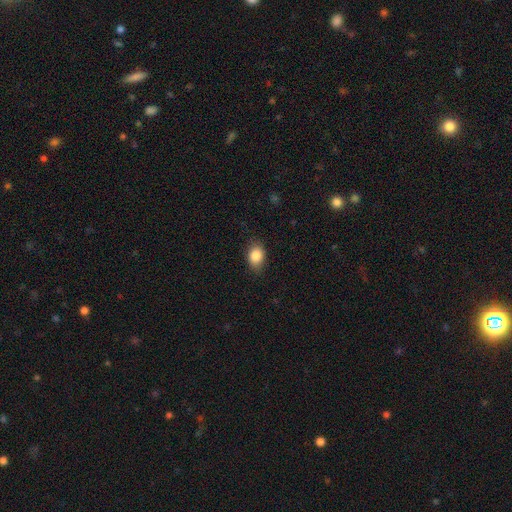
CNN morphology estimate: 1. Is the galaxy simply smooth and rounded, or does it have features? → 87% smooth, 8% star or artifact, 6% featured or disk.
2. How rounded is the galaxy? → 75% in between, 24% round, 1% cigar-shaped.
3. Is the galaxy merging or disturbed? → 79% none, 16% minor disturbance, 3% major disturbance, 1% merger.